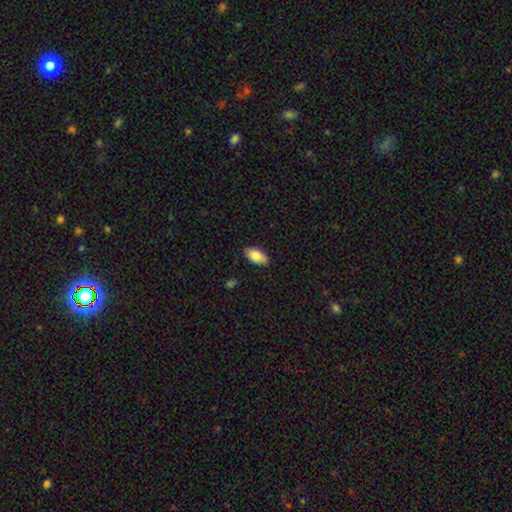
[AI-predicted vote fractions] Morphology: type=smooth (85%); roundness=in between (94%); merging=none (87%).